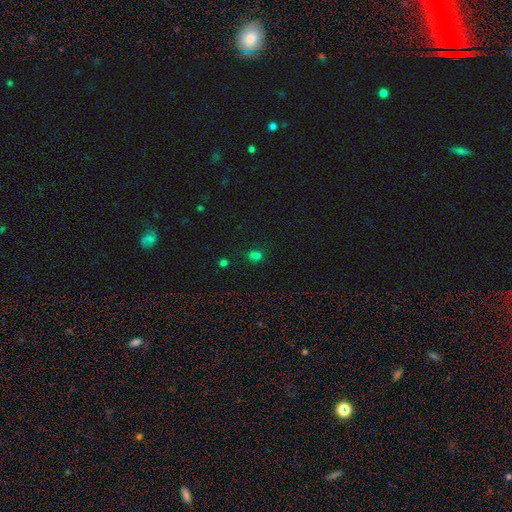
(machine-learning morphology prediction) Smooth or featured? smooth (66%)
How rounded? in between (57%)
Merging? none (67%)